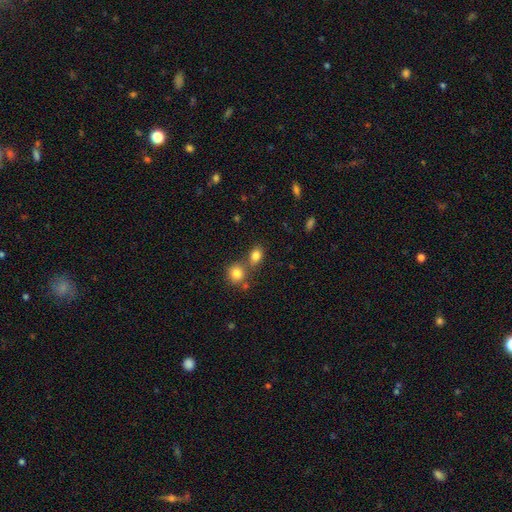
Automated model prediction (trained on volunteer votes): Morphology: type=smooth (81%); roundness=in between (63%); merging=none (56%).